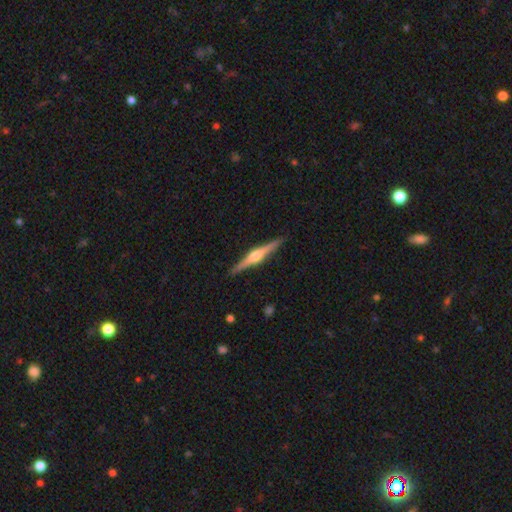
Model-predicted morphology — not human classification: featured or disk 81%, smooth 14%, star or artifact 5%. Down the decision tree: edge-on disk — yes (98%); edge-on bulge — rounded (92%); merging — none (92%).